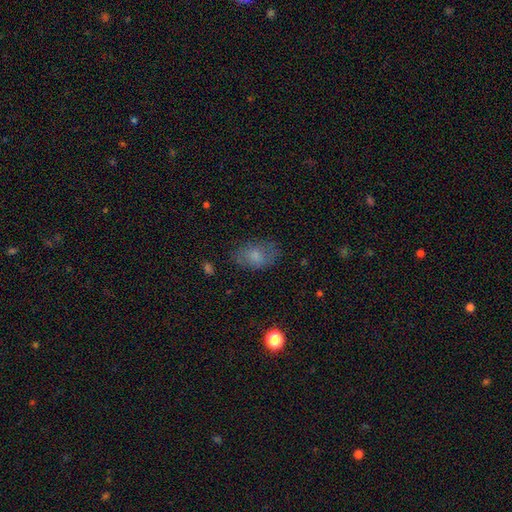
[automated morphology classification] smooth 72%, featured or disk 17%, star or artifact 10%. Down the decision tree: how rounded — in between (84%); merging — none (71%).